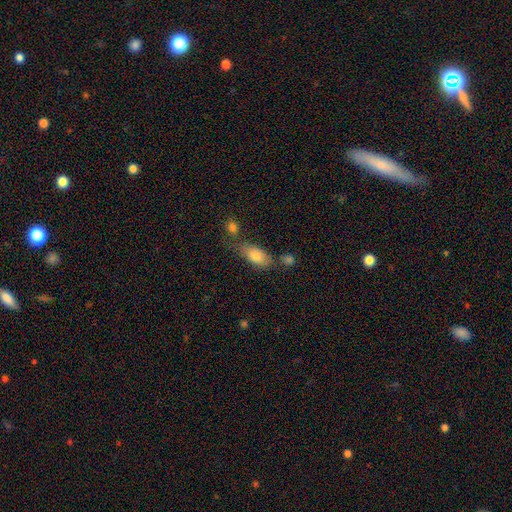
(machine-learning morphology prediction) Smooth or featured? smooth (80%)
How rounded? in between (87%)
Merging? none (52%)